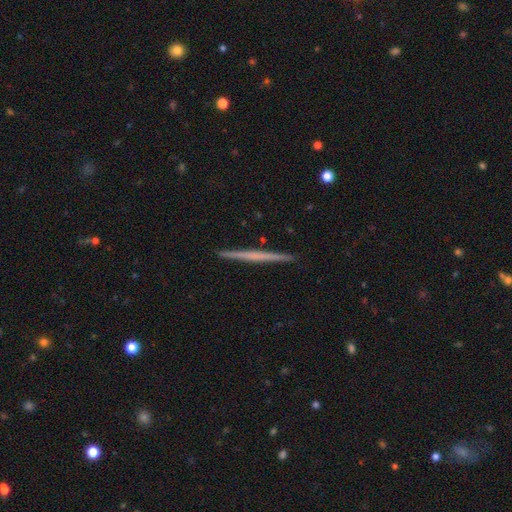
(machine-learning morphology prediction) Smooth or featured? Predicted: featured or disk (p=0.57). Edge-on disk? Predicted: yes (p=0.98). Edge-on bulge? Predicted: none (p=0.88). Merging? Predicted: none (p=0.93).